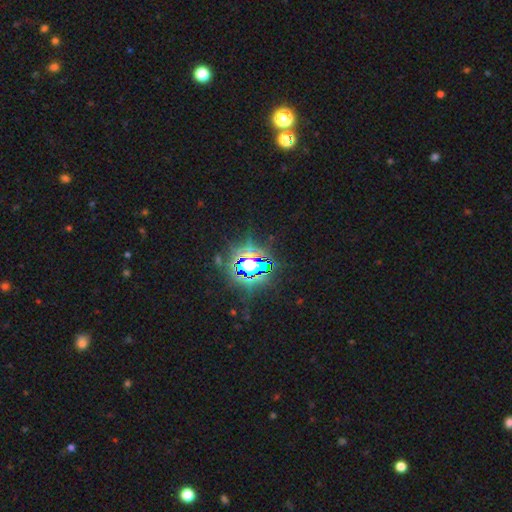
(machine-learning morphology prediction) The model was most divided on "smooth or featured": star or artifact: 82%, smooth: 10%, featured or disk: 8%.